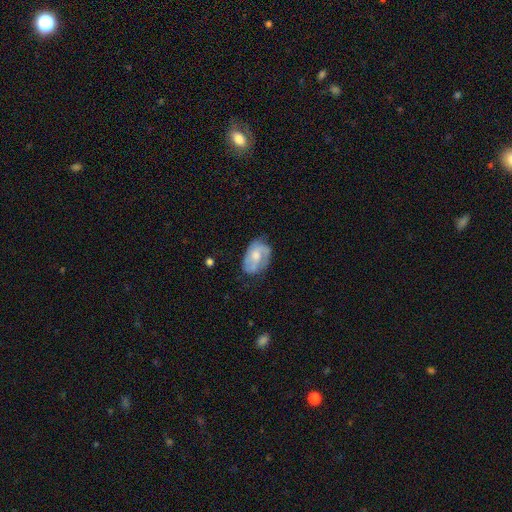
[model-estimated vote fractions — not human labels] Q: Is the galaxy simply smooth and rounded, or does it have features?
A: featured or disk — 58%.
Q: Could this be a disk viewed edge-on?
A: no — 96%.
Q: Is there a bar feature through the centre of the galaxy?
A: no — 65%.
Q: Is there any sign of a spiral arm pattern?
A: yes — 75%.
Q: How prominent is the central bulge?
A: moderate — 55%.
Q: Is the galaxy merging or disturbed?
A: none — 61%.